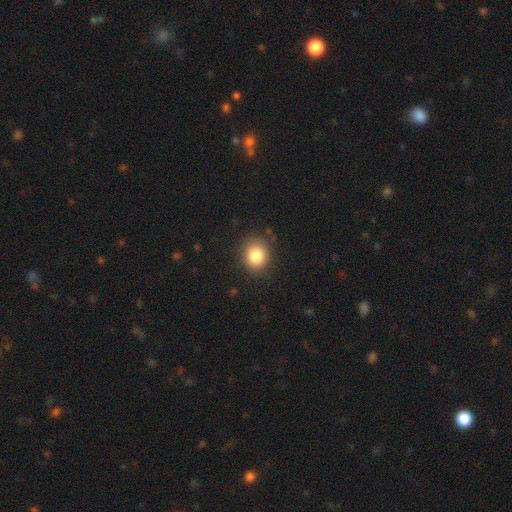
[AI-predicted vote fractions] smooth-or-featured: smooth: 84% | star or artifact: 10% | featured or disk: 6%
  how-rounded: round: 72% | in between: 27% | cigar-shaped: 1%
  merging: none: 85% | minor disturbance: 10% | major disturbance: 3% | merger: 1%